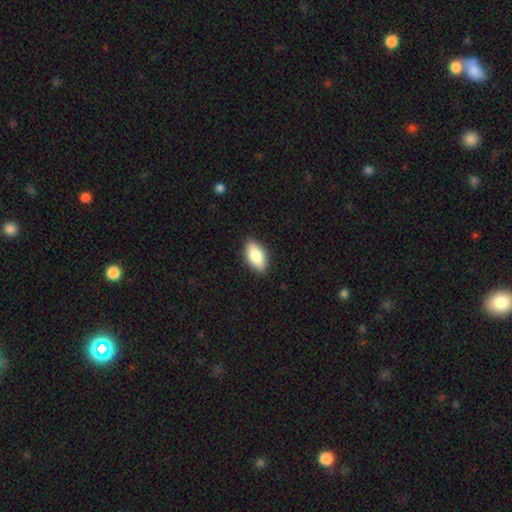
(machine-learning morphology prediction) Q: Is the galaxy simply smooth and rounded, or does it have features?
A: smooth — 75%.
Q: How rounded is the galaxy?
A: in between — 87%.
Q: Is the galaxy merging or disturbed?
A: none — 88%.